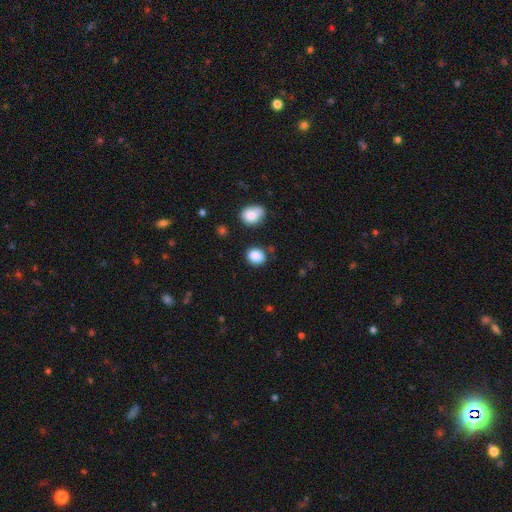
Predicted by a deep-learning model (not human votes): Smooth or featured: smooth — 87% (star or artifact — 9%)
How rounded: round — 51% (in between — 48%)
Merging: none — 79% (minor disturbance — 14%)